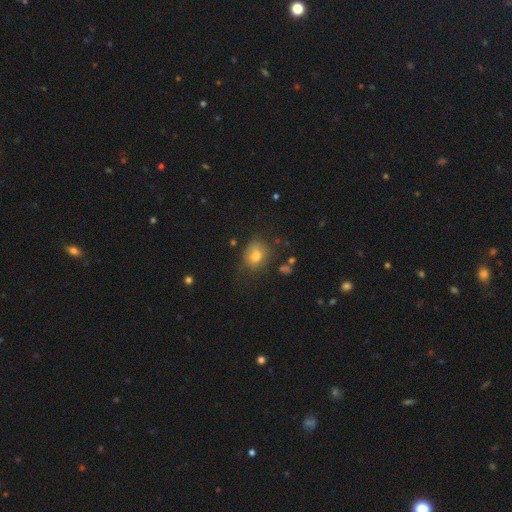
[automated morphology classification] Smooth or featured? smooth (76%)
How rounded? round (58%)
Merging? none (69%)